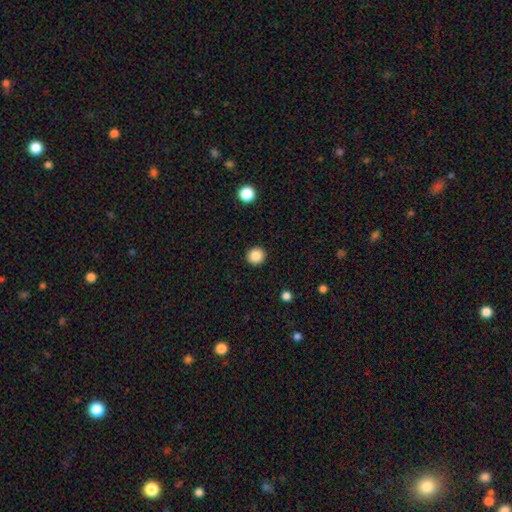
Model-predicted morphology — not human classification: smooth 86%, star or artifact 10%, featured or disk 4%. Down the decision tree: how rounded — round (93%); merging — none (93%).